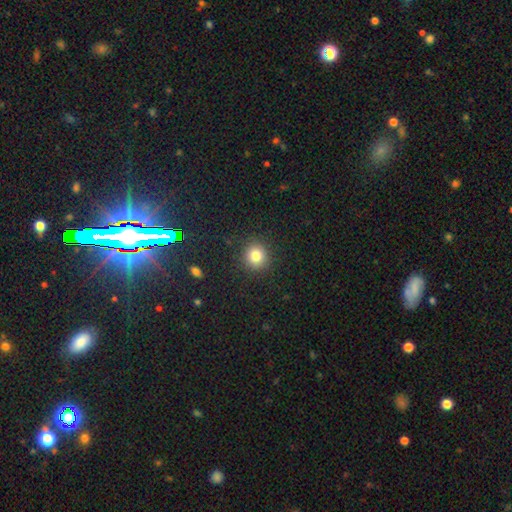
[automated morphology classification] smooth 81%, star or artifact 12%, featured or disk 6%. Down the decision tree: how rounded — round (91%); merging — none (90%).